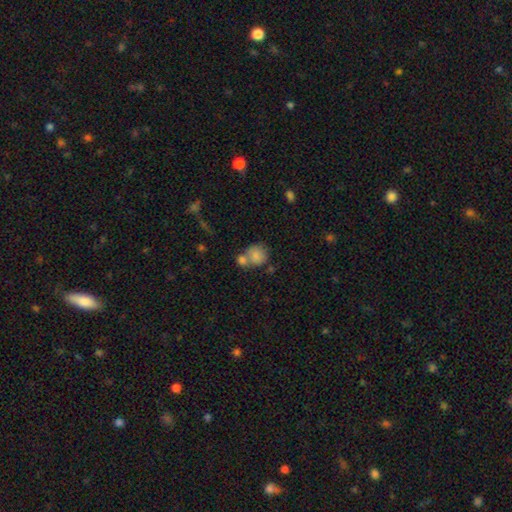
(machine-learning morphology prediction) This is clearly a smooth galaxy (81%). How rounded: clearly round (80%). Merging: possibly merger (45%).